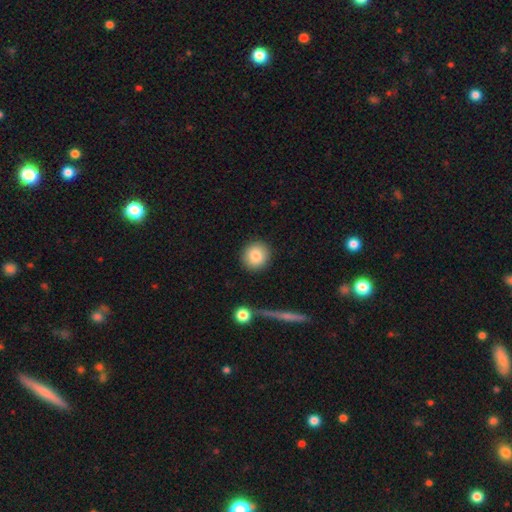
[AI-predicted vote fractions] This is clearly a smooth galaxy (84%). How rounded: clearly round (91%). Merging: clearly none (90%).